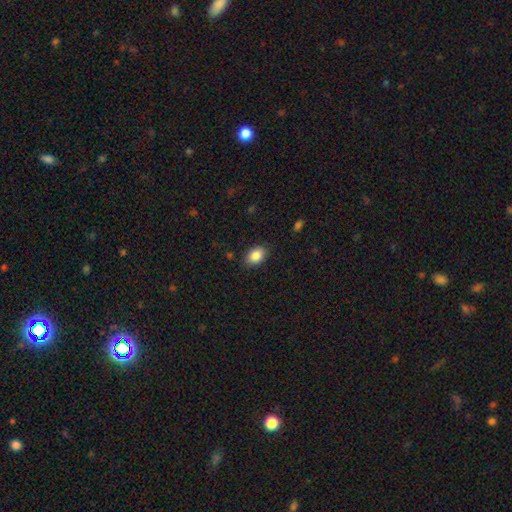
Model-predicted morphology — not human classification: A smooth galaxy with no disk features (87%) that is in between round and cigar-shaped (81%).

Vote fractions:
- Smooth or featured? smooth: 87% / star or artifact: 8% / featured or disk: 5%
- How rounded? in between: 81% / round: 18% / cigar-shaped: 1%
- Merging? none: 86% / minor disturbance: 11% / major disturbance: 3% / merger: 1%